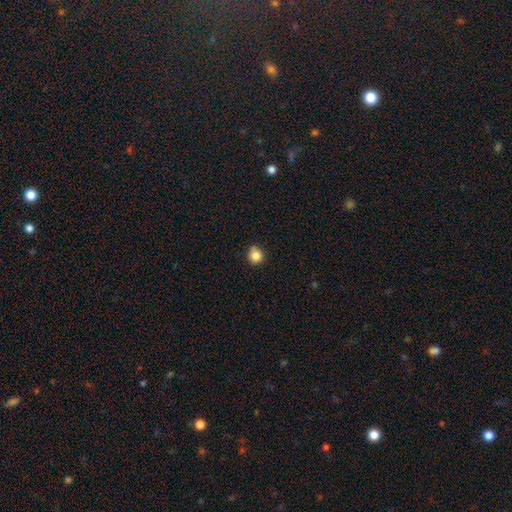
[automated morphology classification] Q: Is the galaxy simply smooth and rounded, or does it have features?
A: smooth — 84%.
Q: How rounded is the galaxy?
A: round — 88%.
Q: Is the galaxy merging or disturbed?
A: none — 71%.